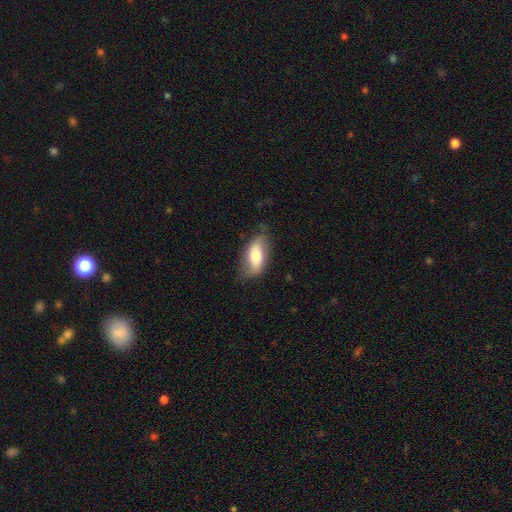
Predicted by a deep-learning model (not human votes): Q: Smooth or featured?
A: smooth (62%); runner-up: featured or disk (32%)
Q: How rounded?
A: in between (87%); runner-up: cigar-shaped (9%)
Q: Merging?
A: none (65%); runner-up: minor disturbance (26%)